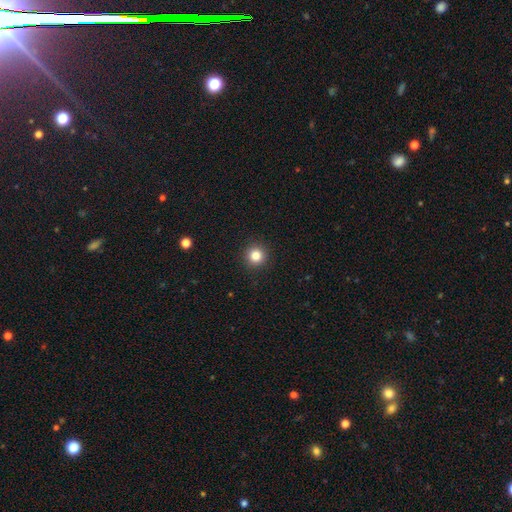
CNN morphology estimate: Smooth or featured? Predicted: smooth (p=0.83). How rounded? Predicted: round (p=0.95). Merging? Predicted: none (p=0.93).